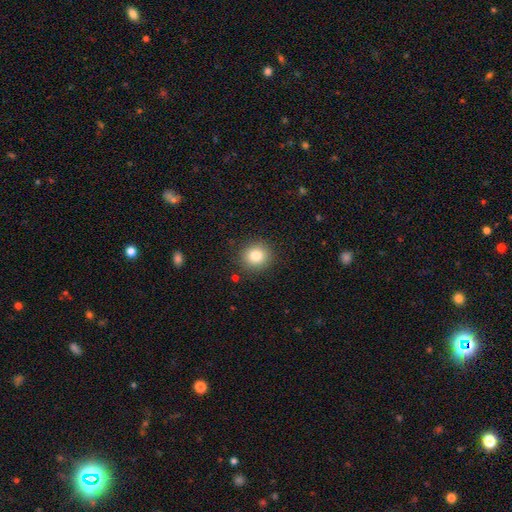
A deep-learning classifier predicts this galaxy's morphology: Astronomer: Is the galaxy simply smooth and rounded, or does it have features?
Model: smooth — 81%.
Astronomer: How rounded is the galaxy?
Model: round — 89%.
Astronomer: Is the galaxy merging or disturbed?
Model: none — 89%.